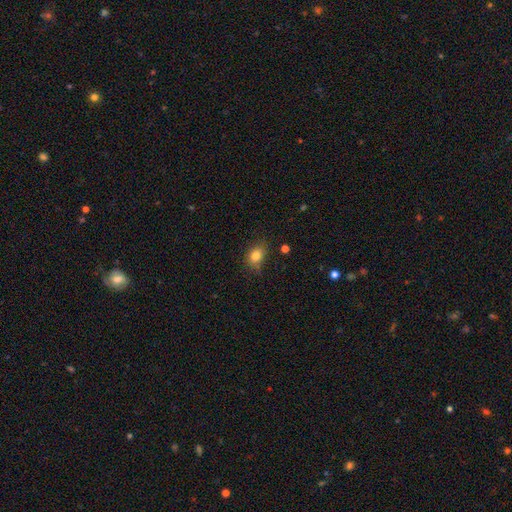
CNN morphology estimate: Smooth or featured? smooth (82%)
How rounded? in between (61%)
Merging? none (70%)